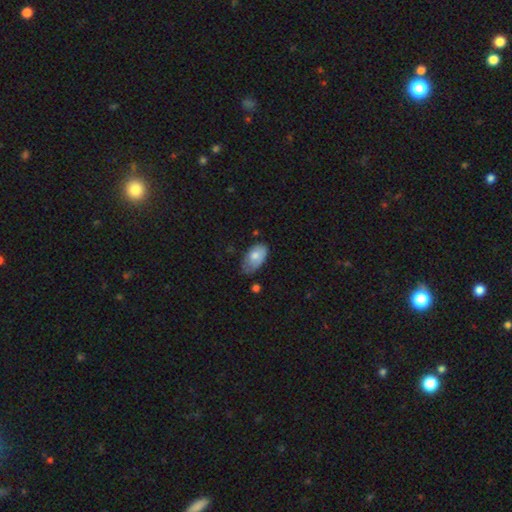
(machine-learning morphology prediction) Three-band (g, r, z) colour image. It shows a smooth galaxy with no disk features (72%) that is in between round and cigar-shaped (93%). Merging: none (47%).